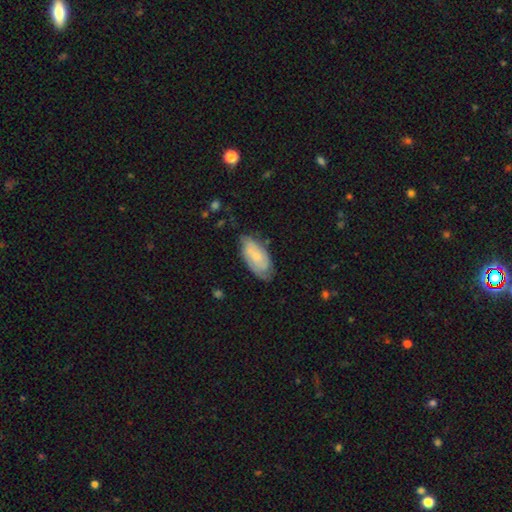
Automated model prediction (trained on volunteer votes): This is possibly a smooth galaxy (47%). Merging: likely none (64%).